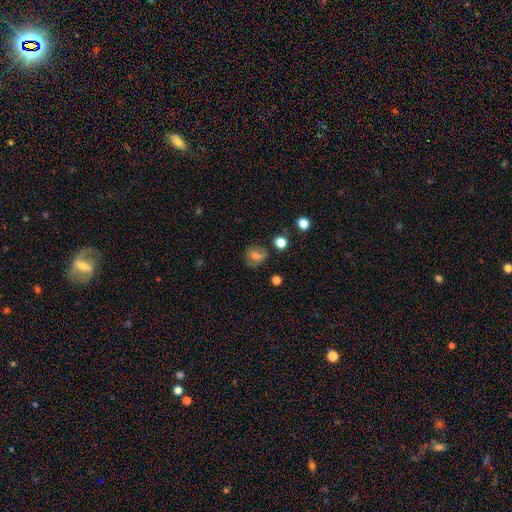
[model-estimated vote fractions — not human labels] This is likely a smooth galaxy (60%). How rounded: likely round (67%). Merging: likely none (69%).